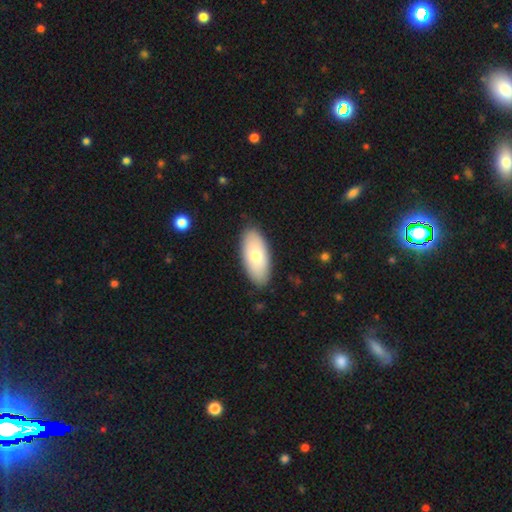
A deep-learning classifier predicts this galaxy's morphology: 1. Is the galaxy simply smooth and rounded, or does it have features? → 68% smooth, 26% featured or disk, 5% star or artifact.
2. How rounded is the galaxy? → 91% in between, 7% cigar-shaped, 2% round.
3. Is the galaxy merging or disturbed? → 88% none, 9% minor disturbance, 2% major disturbance, 1% merger.